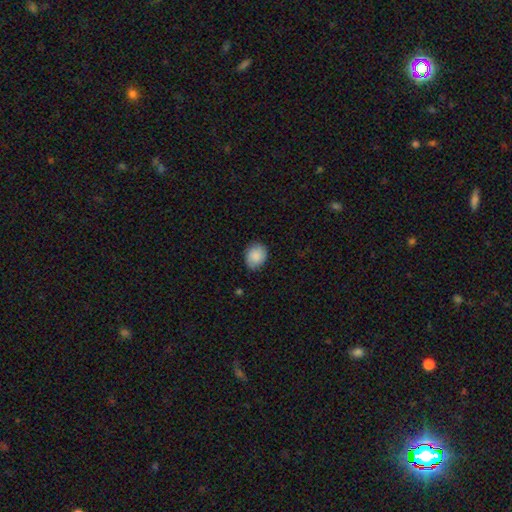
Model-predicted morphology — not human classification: Q: Smooth or featured?
A: smooth (87%); runner-up: star or artifact (7%)
Q: How rounded?
A: round (57%); runner-up: in between (42%)
Q: Merging?
A: none (80%); runner-up: minor disturbance (16%)